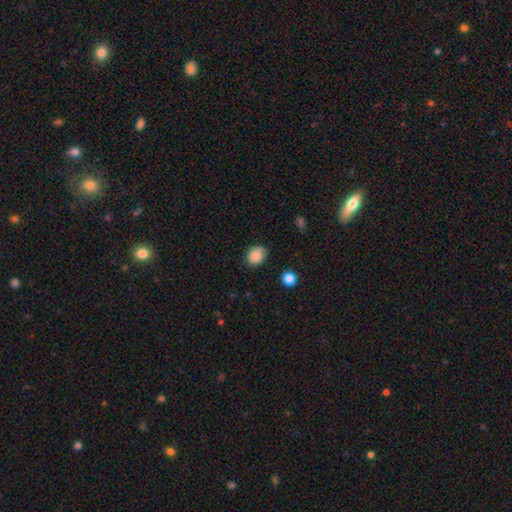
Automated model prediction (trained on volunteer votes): Smooth or featured? Predicted: smooth (p=0.87). How rounded? Predicted: round (p=0.53). Merging? Predicted: none (p=0.83).